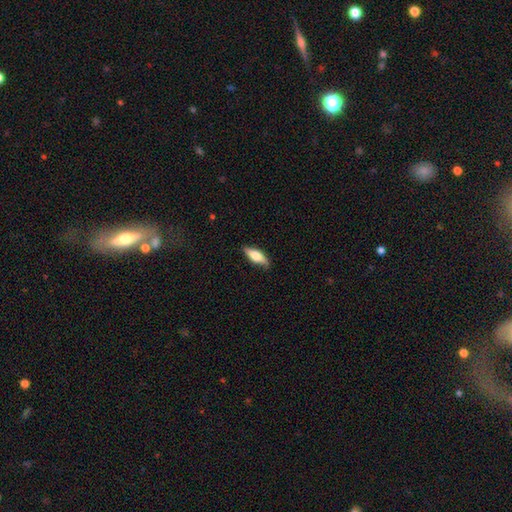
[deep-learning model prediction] Overall: smooth (61%; featured or disk 33%). How rounded: in between (61%; cigar-shaped 36%). Merging: none (77%).